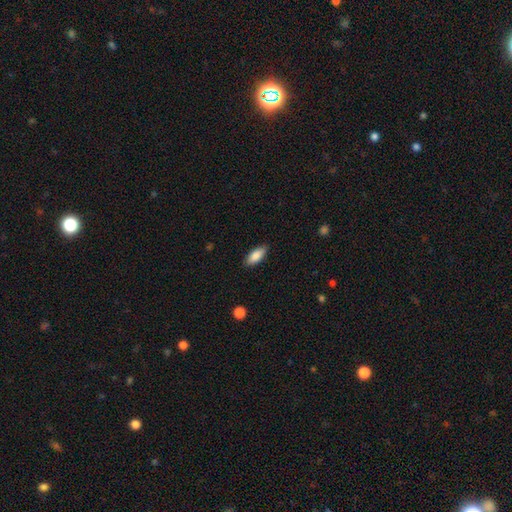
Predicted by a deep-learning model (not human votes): This is clearly a smooth galaxy (87%). How rounded: clearly in between (83%). Merging: clearly none (86%).